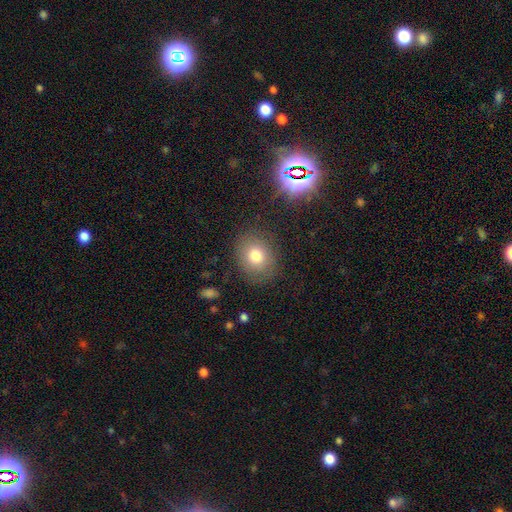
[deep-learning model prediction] Smooth or featured?
  - smooth: 76% *
  - star or artifact: 12%
  - featured or disk: 12%
How rounded?
  - round: 59% *
  - in between: 40%
  - cigar-shaped: 1%
Merging?
  - none: 83% *
  - minor disturbance: 11%
  - major disturbance: 5%
  - merger: 1%